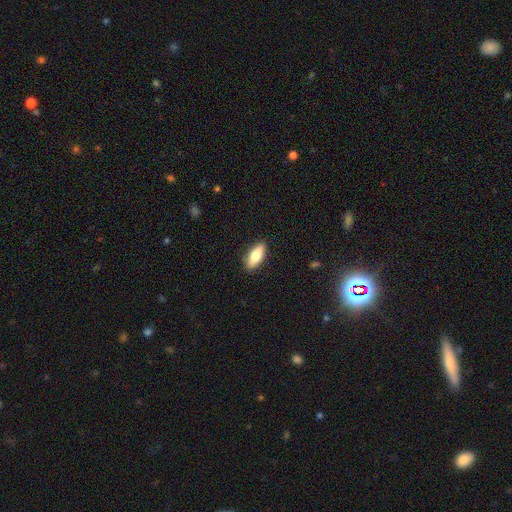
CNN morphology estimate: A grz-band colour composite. It shows a smooth galaxy with no disk features (76%) that is in between round and cigar-shaped (75%). Merging: none (88%).